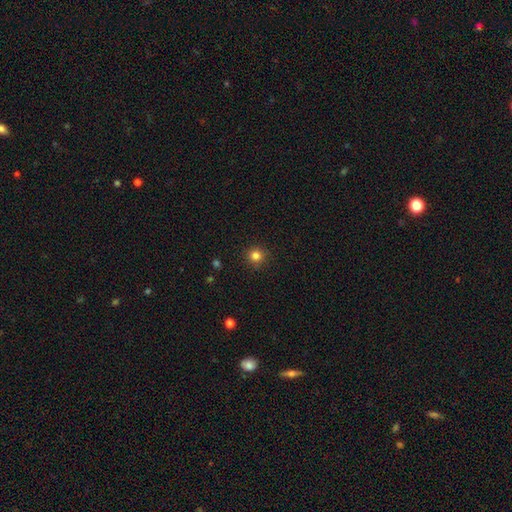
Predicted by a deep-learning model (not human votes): Morphology: type=smooth (82%); roundness=round (94%); merging=none (90%).